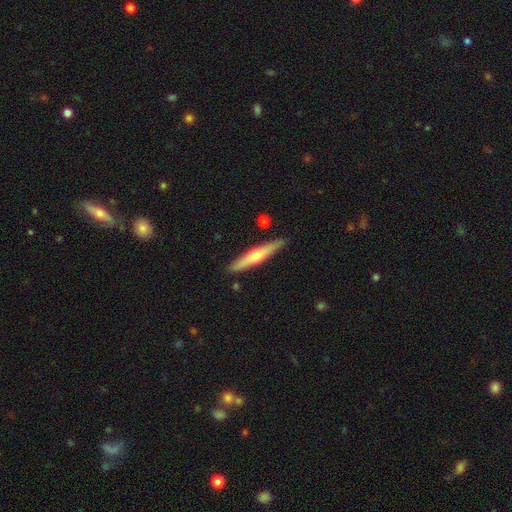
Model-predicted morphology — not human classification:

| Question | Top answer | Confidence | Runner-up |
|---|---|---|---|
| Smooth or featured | featured or disk | 59% | smooth (36%) |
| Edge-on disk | yes | 95% | no (5%) |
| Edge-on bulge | rounded | 90% | none (7%) |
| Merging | none | 88% | minor disturbance (8%) |